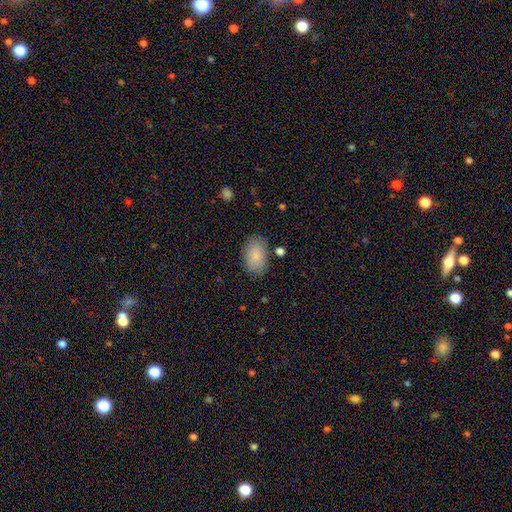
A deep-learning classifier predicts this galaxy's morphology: A smooth galaxy with no disk features (86%) that is in between round and cigar-shaped (93%). Merging: none (80%).